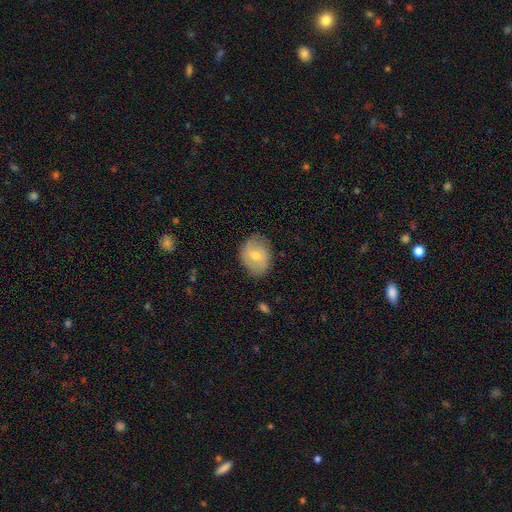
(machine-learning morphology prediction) Overall: smooth (54%; featured or disk 40%). How rounded: in between (53%; round 46%). Merging: none (78%).